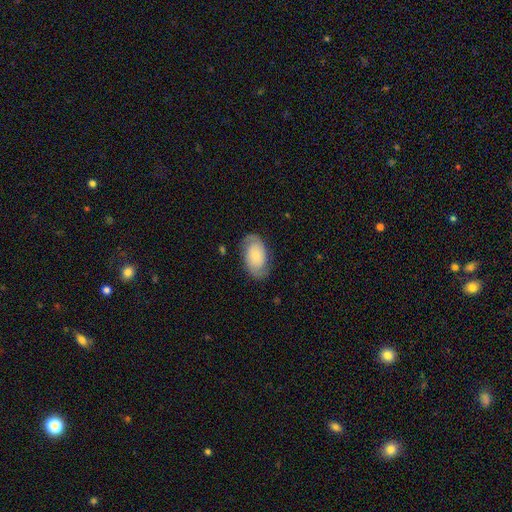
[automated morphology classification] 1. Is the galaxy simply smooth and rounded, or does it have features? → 49% featured or disk, 44% smooth, 7% star or artifact.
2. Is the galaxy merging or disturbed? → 76% none, 17% minor disturbance, 6% major disturbance, 1% merger.